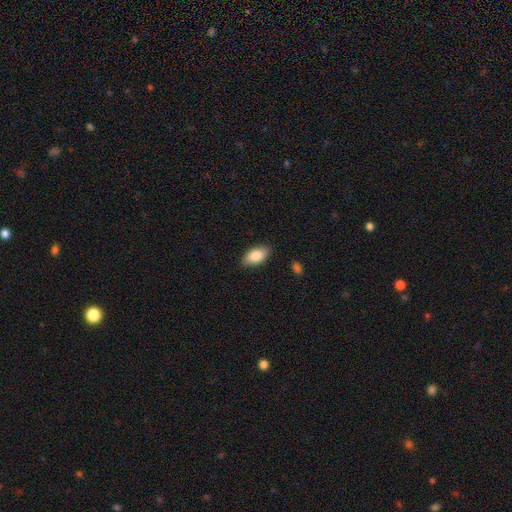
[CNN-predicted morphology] type=smooth (85%); roundness=in between (93%); merging=none (86%).